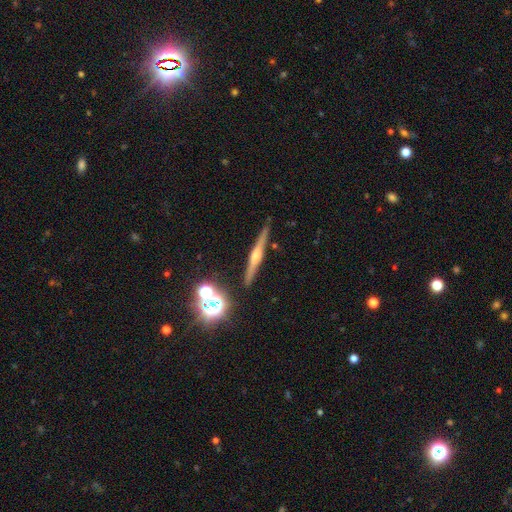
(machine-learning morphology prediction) type=featured or disk (75%); edge-on=yes (98%); edge-on bulge=rounded (90%); merging=none (90%).